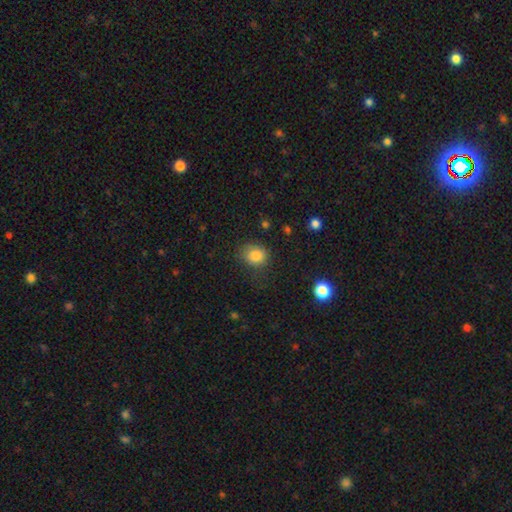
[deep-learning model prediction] This appears to be a smooth galaxy with no disk features (83%) that is round (69%). Merging: none (72%).